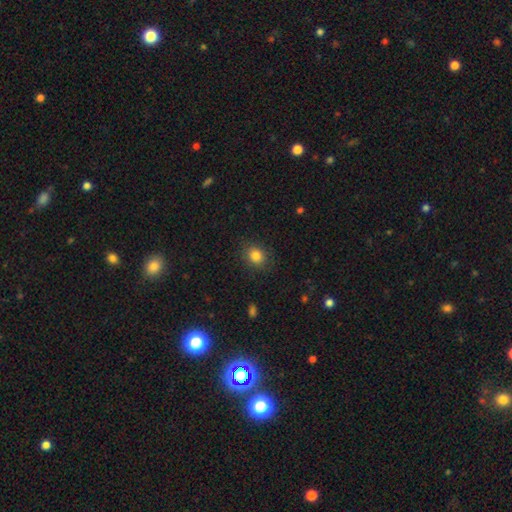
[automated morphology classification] The model was most divided on "how rounded": round: 61%, in between: 38%, cigar-shaped: 1%. More confident: merging — none (85%); smooth or featured — smooth (84%).